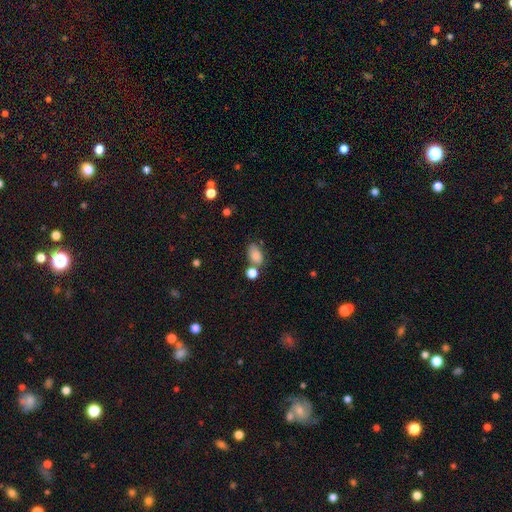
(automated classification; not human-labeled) Smooth or featured?
  - smooth: 82% *
  - star or artifact: 9%
  - featured or disk: 9%
How rounded?
  - in between: 87% *
  - round: 11%
  - cigar-shaped: 2%
Merging?
  - none: 54% *
  - merger: 22%
  - minor disturbance: 18%
  - major disturbance: 7%